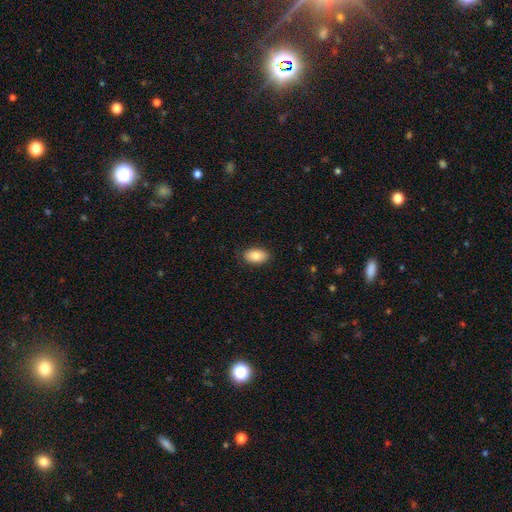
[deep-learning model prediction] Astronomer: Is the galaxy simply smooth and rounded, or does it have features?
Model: smooth — 84%.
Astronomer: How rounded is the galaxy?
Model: in between — 92%.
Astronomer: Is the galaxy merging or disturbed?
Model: none — 84%.